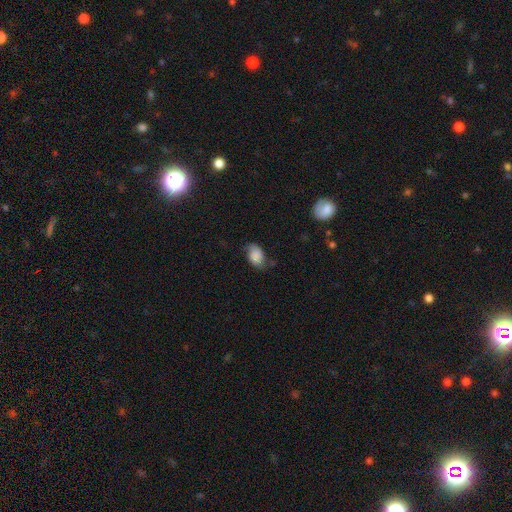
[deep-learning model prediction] smooth 70%, featured or disk 21%, star or artifact 9%. Down the decision tree: how rounded — in between (82%); merging — none (54%).